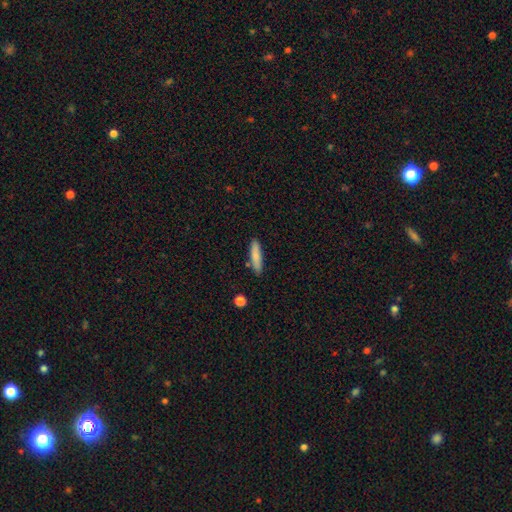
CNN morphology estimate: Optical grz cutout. It shows a smooth galaxy with no disk features (79%) that is cigar-shaped (77%). Merging: none (83%).